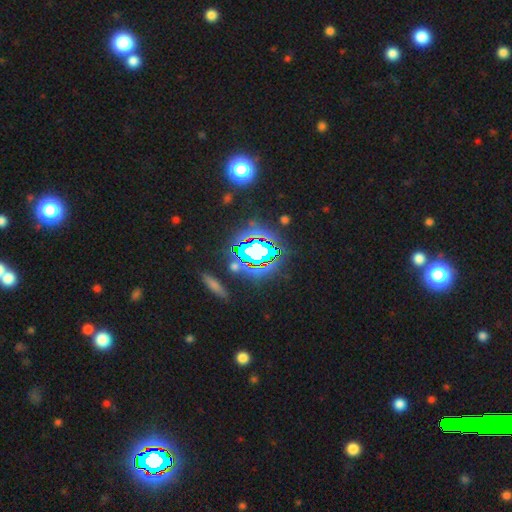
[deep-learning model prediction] A star or artifact, not a galaxy (69%).

Vote fractions:
- Smooth or featured? star or artifact: 69% / smooth: 18% / featured or disk: 14%